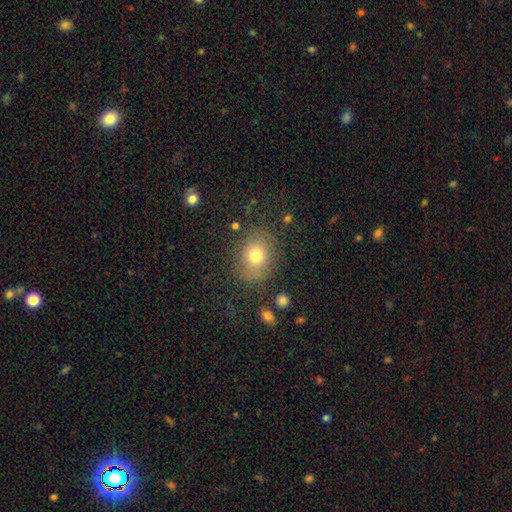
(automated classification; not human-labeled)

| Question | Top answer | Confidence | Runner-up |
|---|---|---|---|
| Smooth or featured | smooth | 74% | featured or disk (13%) |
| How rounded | round | 53% | in between (46%) |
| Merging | none | 76% | minor disturbance (15%) |